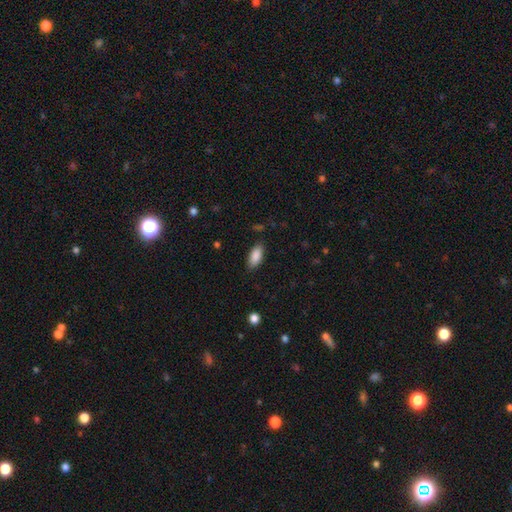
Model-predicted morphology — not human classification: Smooth or featured? smooth (88%)
How rounded? in between (88%)
Merging? none (84%)